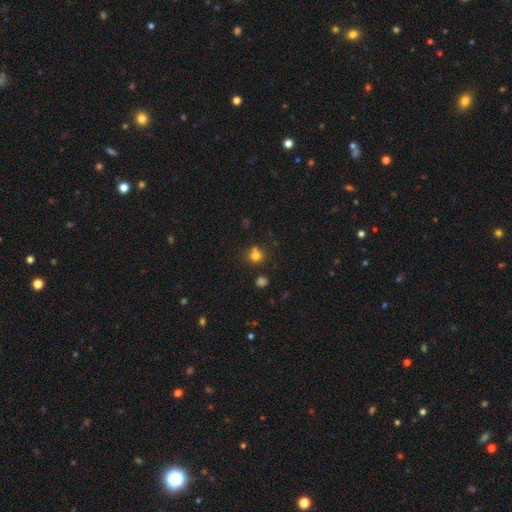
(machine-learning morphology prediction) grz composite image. It shows a smooth galaxy with no disk features (75%) that is round (84%). Merging: none (60%).